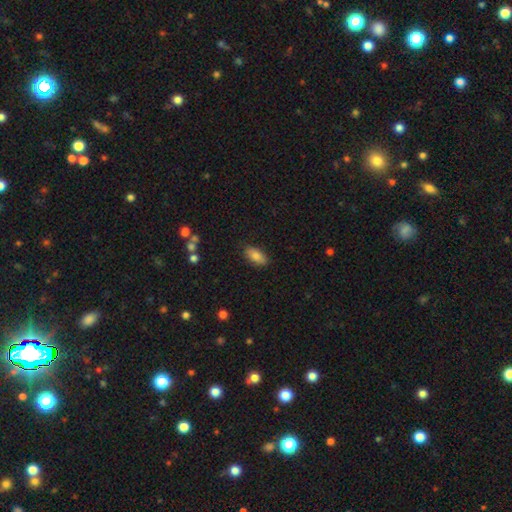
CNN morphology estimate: Smooth or featured?
  - smooth: 81% *
  - featured or disk: 11%
  - star or artifact: 7%
How rounded?
  - in between: 90% *
  - cigar-shaped: 6%
  - round: 3%
Merging?
  - none: 85% *
  - minor disturbance: 11%
  - major disturbance: 2%
  - merger: 1%